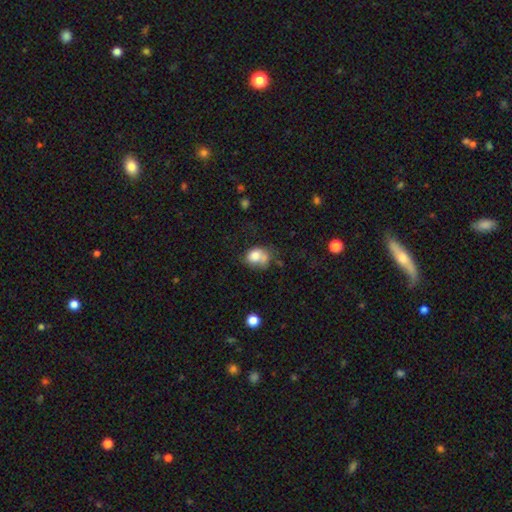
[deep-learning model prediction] Smooth or featured? Predicted: smooth (p=0.75). How rounded? Predicted: in between (p=0.56). Merging? Predicted: none (p=0.32).